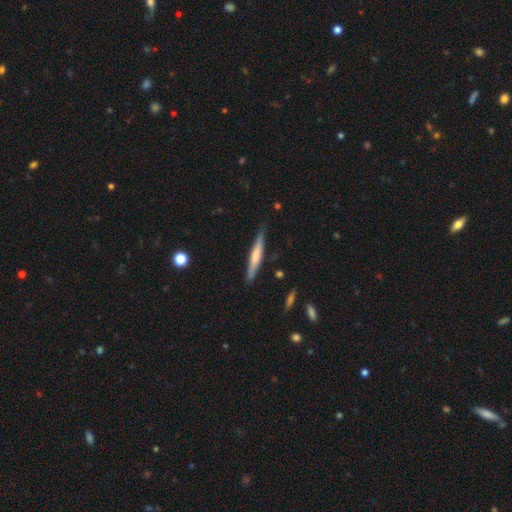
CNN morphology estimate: Overall: smooth (55%; featured or disk 40%). How rounded: cigar-shaped (93%). Merging: none (85%).